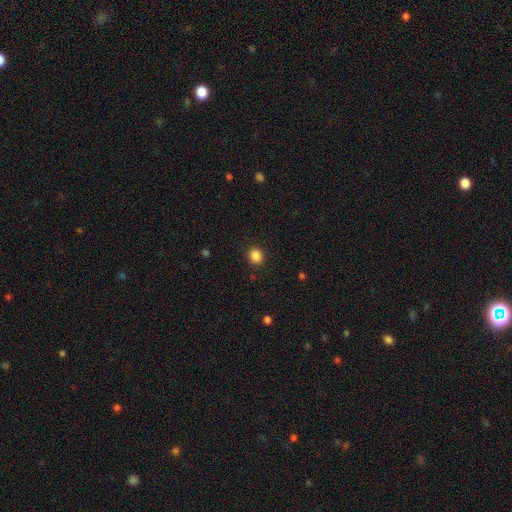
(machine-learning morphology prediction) Overall: smooth (86%). How rounded: round (74%). Merging: none (90%).